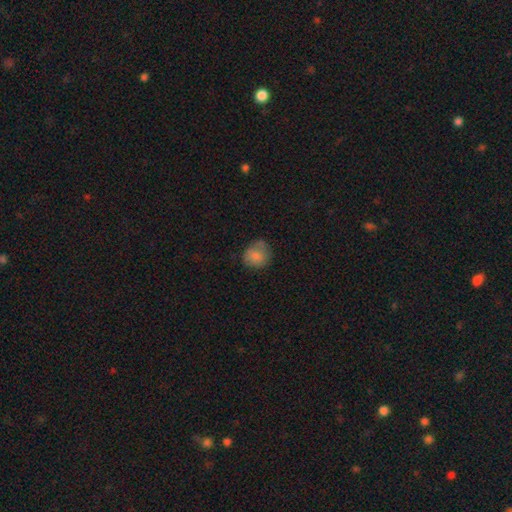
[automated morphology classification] smooth 81%, featured or disk 10%, star or artifact 9%. Down the decision tree: how rounded — round (79%); merging — none (62%).